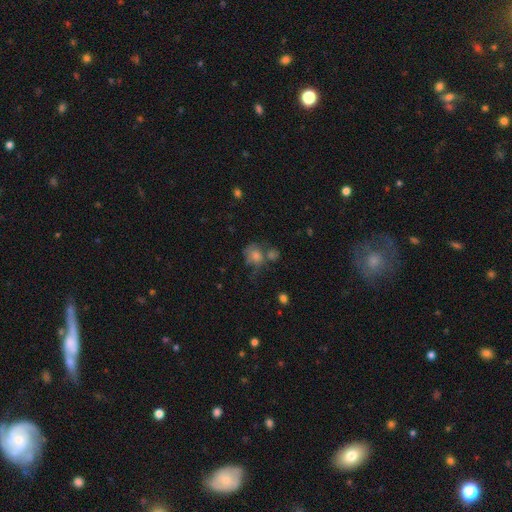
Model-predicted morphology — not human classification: smooth_or_featured: smooth (p=0.54) [alt: featured or disk p=0.28]
how_rounded: round (p=0.64) [alt: in between p=0.35]
merging: none (p=0.37) [alt: merger p=0.24]